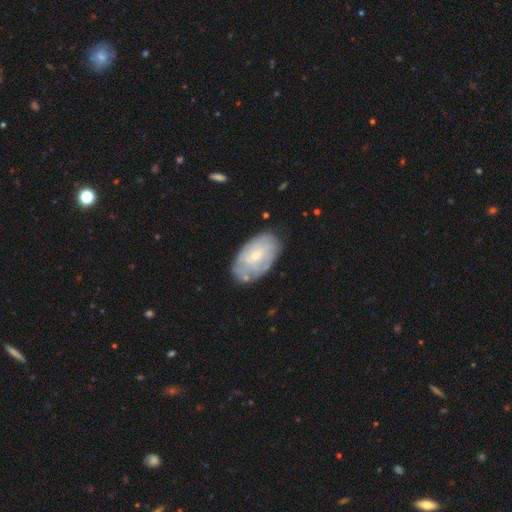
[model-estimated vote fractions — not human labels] Morphology: type=featured or disk (52%); edge-on=no (94%); merging=none (72%).